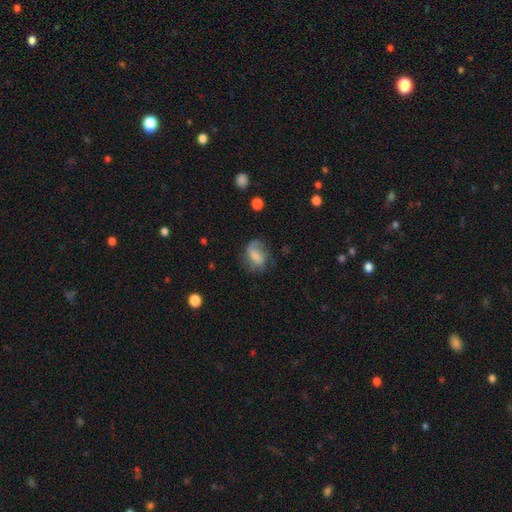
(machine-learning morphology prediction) The model was most divided on "smooth or featured": smooth: 52%, featured or disk: 38%, star or artifact: 9%. Remaining: how rounded — in between (75%); merging — none (47%).